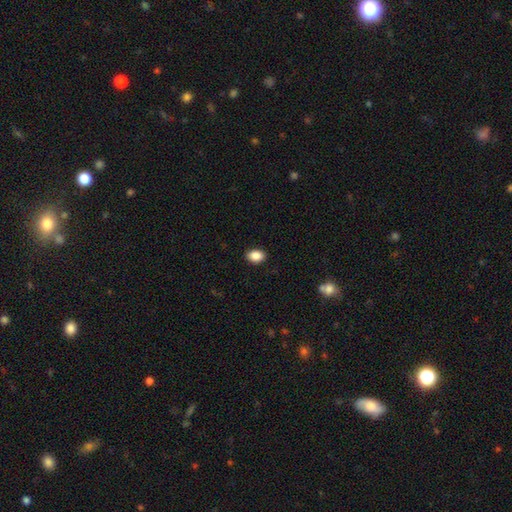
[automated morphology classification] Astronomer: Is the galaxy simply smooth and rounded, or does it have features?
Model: smooth — 89%.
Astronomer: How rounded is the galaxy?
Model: in between — 80%.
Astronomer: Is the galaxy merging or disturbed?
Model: none — 89%.